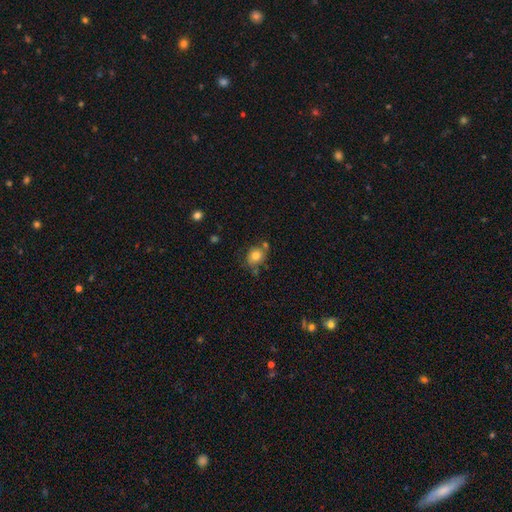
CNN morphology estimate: A smooth galaxy with no disk features (78%) that is round (52%).

Vote fractions:
- Smooth or featured? smooth: 78% / featured or disk: 11% / star or artifact: 10%
- How rounded? round: 52% / in between: 47% / cigar-shaped: 1%
- Merging? none: 63% / minor disturbance: 18% / merger: 14% / major disturbance: 5%